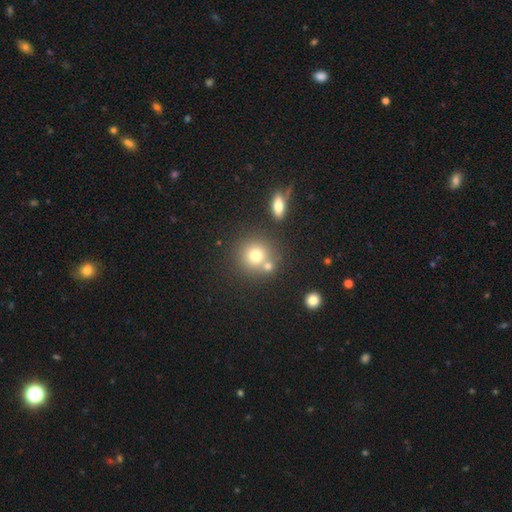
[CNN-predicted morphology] smooth 75%, star or artifact 13%, featured or disk 12%. Down the decision tree: how rounded — round (89%); merging — none (63%).